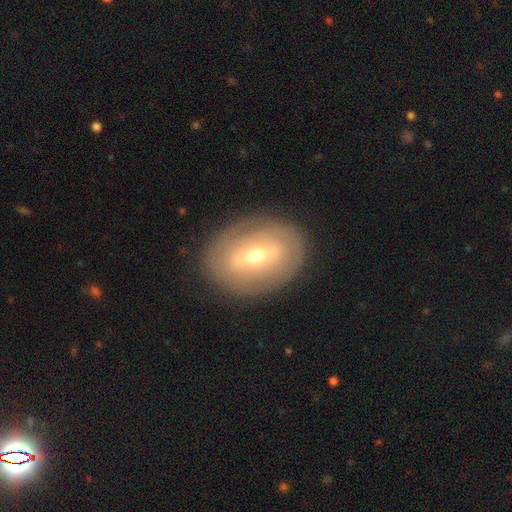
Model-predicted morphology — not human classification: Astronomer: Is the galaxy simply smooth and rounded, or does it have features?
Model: featured or disk — 59% (runner-up: smooth, 34%).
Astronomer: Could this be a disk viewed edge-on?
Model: no — 90%.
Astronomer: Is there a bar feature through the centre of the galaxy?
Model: weak — 38% (runner-up: strong, 36%).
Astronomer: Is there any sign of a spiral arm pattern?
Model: no — 66%.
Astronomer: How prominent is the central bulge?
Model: moderate — 55% (runner-up: small, 38%).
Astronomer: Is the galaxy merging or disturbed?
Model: none — 84%.